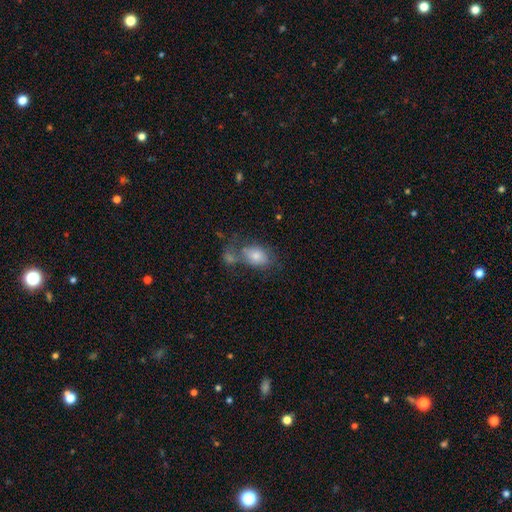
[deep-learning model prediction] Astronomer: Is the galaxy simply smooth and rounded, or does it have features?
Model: smooth — 68%.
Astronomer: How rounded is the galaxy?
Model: in between — 79%.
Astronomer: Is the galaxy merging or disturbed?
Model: none — 39% (runner-up: merger, 31%).